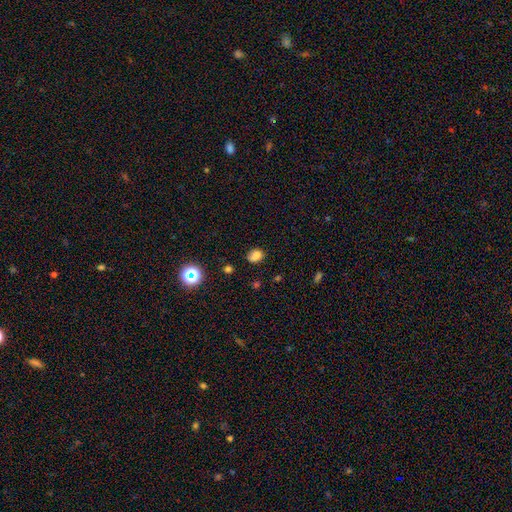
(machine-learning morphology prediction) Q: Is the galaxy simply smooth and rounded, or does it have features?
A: smooth — 75%.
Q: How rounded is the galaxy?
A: in between — 60%.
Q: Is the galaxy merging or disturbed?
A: none — 62%.